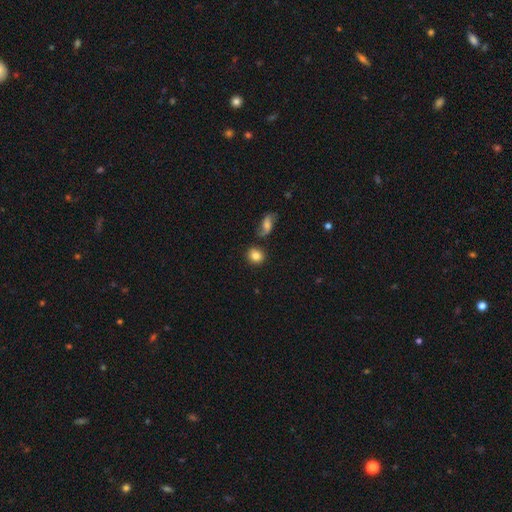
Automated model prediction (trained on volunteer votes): The model was most divided on "merging": none: 79%, minor disturbance: 11%, merger: 6%, major disturbance: 3%. More confident: how rounded — round (84%); smooth or featured — smooth (82%).